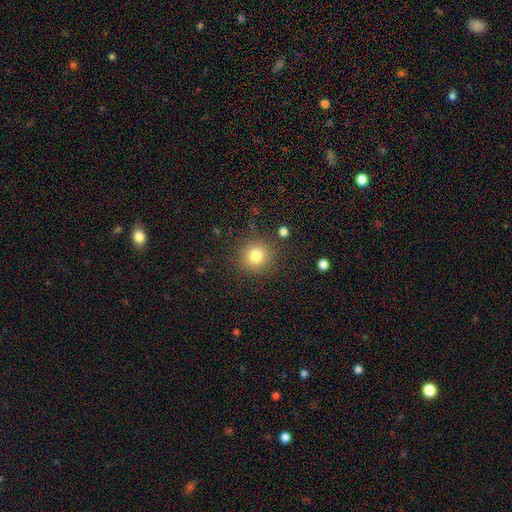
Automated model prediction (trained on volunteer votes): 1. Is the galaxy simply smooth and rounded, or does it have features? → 80% smooth, 12% star or artifact, 8% featured or disk.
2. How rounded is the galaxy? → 91% round, 8% in between, 1% cigar-shaped.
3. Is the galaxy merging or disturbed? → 87% none, 8% minor disturbance, 3% major disturbance, 2% merger.